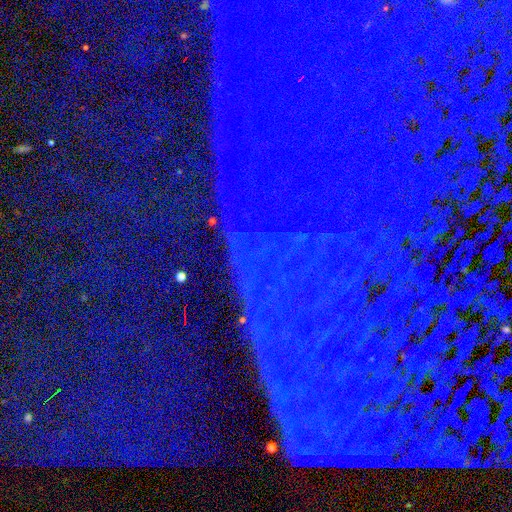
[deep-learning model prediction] Smooth or featured? star or artifact (86%)